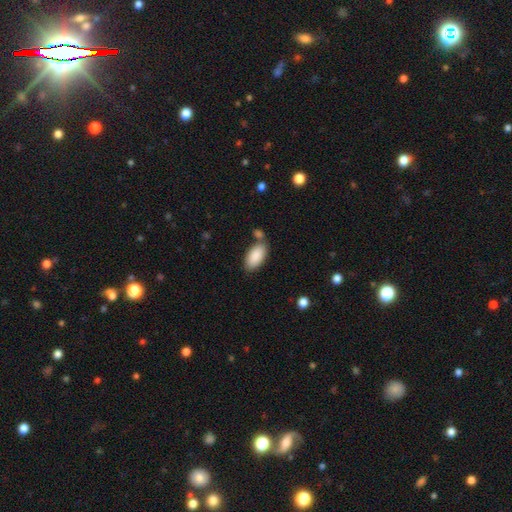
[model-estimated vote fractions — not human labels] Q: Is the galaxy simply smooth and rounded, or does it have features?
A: smooth — 89%.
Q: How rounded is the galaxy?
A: in between — 94%.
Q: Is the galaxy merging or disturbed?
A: none — 68%.